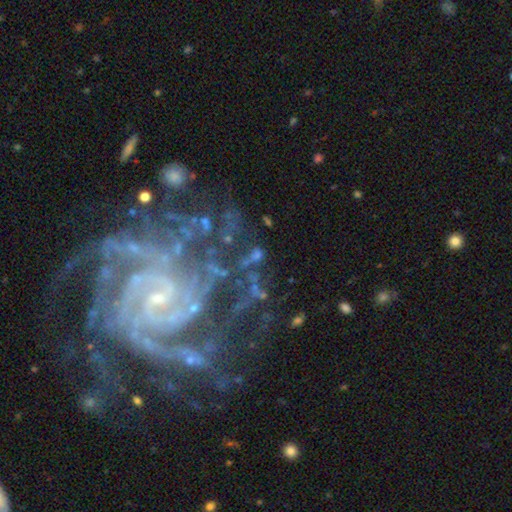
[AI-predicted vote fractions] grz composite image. It shows a featured or disk galaxy (55%) with no bar (53%), spiral arms (79%) and a small central bulge (50%). Merging: none (58%).